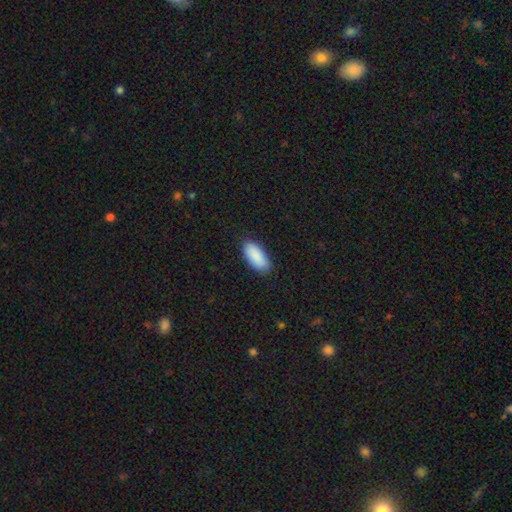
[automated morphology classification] smooth_or_featured: smooth (p=0.91) [alt: star or artifact p=0.06]
how_rounded: in between (p=0.86) [alt: cigar-shaped p=0.12]
merging: none (p=0.88) [alt: minor disturbance p=0.09]